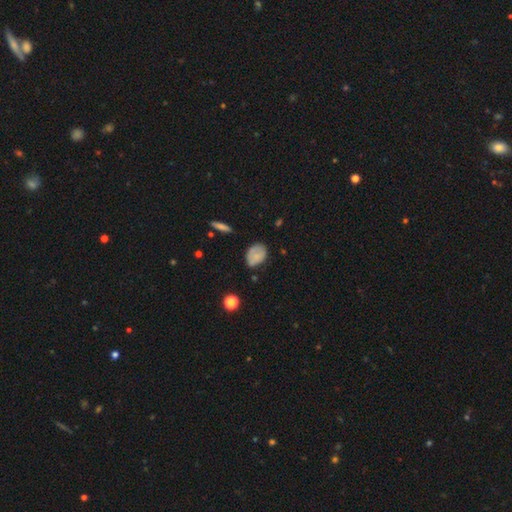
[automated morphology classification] type=smooth (70%); roundness=in between (76%); merging=none (61%).